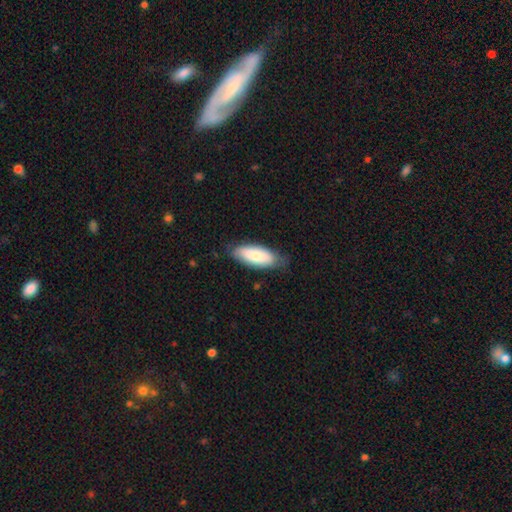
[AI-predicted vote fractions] This is likely a smooth galaxy (76%). How rounded: clearly in between (80%). Merging: likely none (74%).